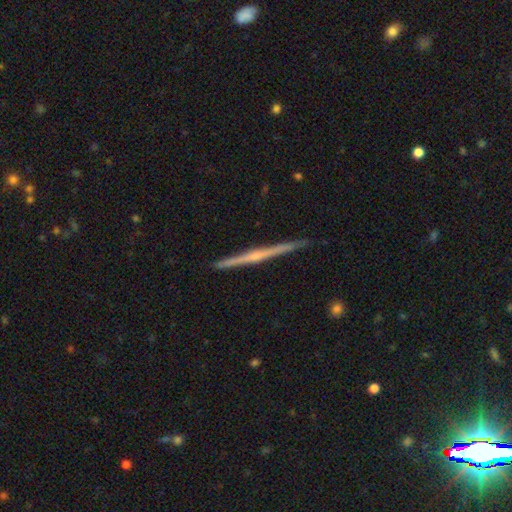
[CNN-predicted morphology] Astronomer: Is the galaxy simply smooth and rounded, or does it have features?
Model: featured or disk — 77%.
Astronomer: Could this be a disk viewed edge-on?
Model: yes — 98%.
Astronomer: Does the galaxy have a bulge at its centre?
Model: rounded — 54% (runner-up: none, 39%).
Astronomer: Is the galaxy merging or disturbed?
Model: none — 91%.